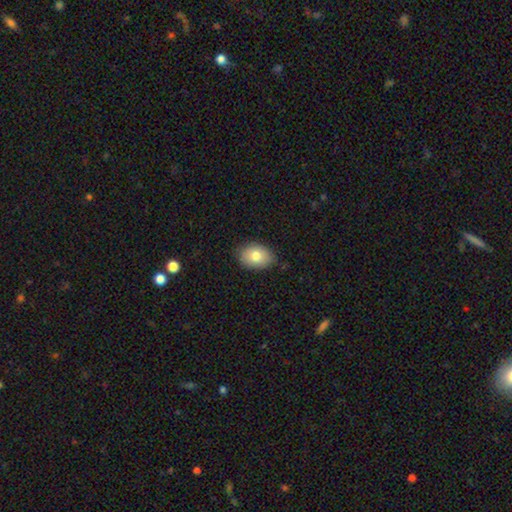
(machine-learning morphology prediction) smooth 79%, featured or disk 14%, star or artifact 8%. Down the decision tree: how rounded — in between (78%); merging — none (82%).